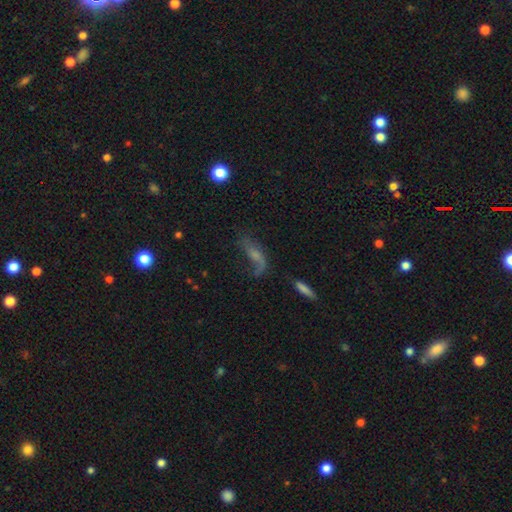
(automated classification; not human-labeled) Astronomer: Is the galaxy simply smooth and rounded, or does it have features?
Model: featured or disk — 53% (runner-up: smooth, 34%).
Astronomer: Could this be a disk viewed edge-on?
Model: no — 83%.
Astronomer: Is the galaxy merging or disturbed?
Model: none — 37% (runner-up: major disturbance, 36%).